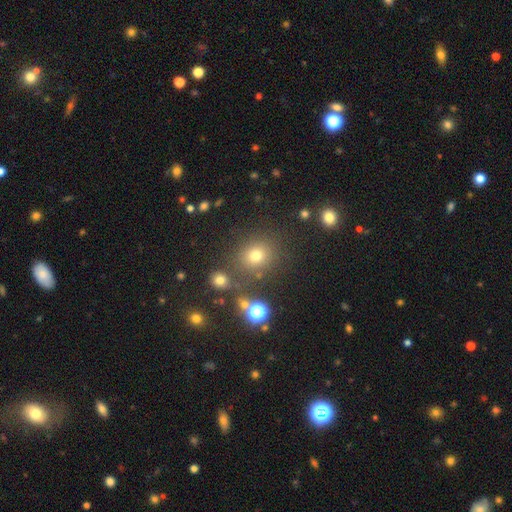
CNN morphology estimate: Overall: smooth (68%). How rounded: round (82%). Merging: none (81%).